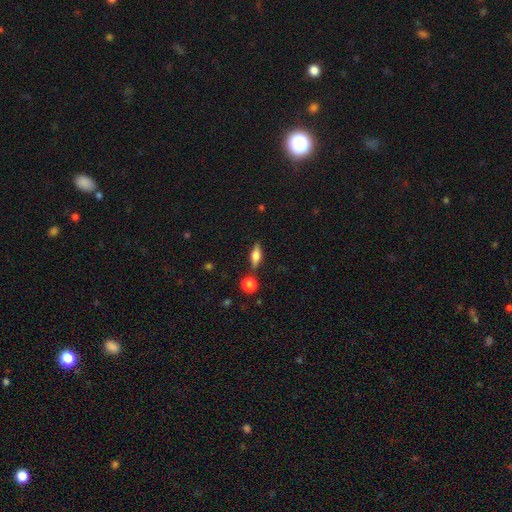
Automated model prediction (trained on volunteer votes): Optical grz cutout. It shows a smooth galaxy with no disk features (50%). Merging: none (80%).